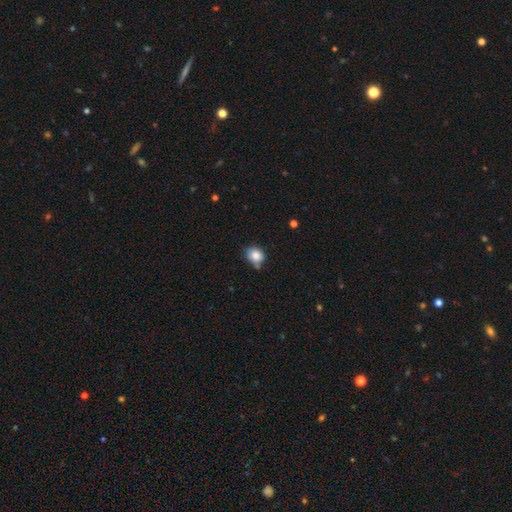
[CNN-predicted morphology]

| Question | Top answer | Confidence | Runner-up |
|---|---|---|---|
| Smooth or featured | smooth | 83% | star or artifact (10%) |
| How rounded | round | 61% | in between (38%) |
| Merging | none | 62% | minor disturbance (25%) |